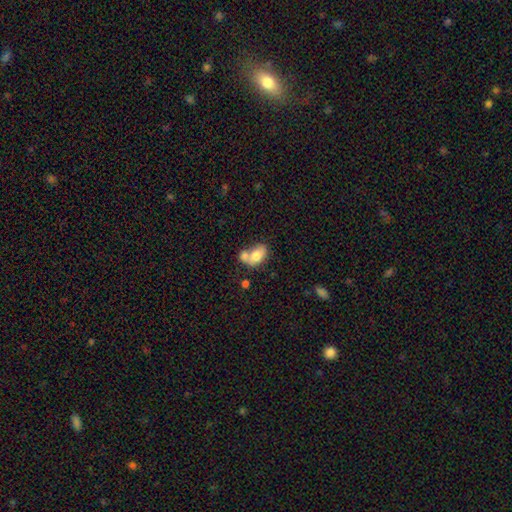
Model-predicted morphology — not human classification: Smooth or featured? smooth (73%)
How rounded? in between (85%)
Merging? merger (57%)